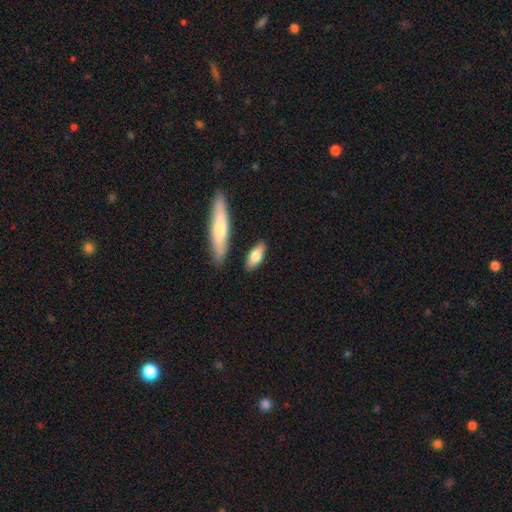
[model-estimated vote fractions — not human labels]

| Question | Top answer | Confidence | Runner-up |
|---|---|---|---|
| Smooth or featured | smooth | 76% | featured or disk (19%) |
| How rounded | in between | 68% | cigar-shaped (30%) |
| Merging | none | 81% | minor disturbance (12%) |